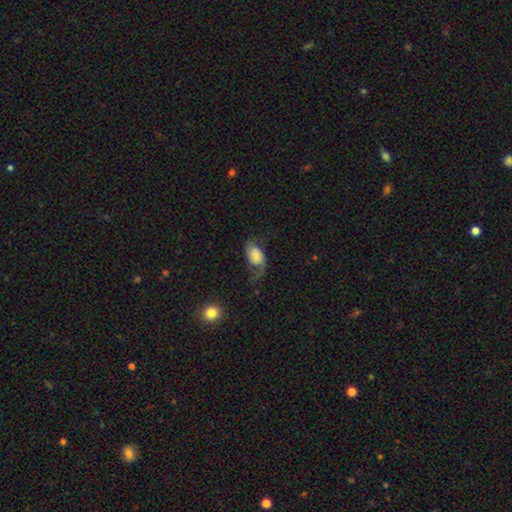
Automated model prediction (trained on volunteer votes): smooth-or-featured: featured or disk: 61% | smooth: 31% | star or artifact: 8%
  disk-edge-on: no: 96% | yes: 4%
    bar: no: 70% | weak: 24% | strong: 6%
    has-spiral-arms: yes: 90% | no: 10%
      spiral-winding: loose: 63% | medium: 28% | tight: 9%
      spiral-arm-count: 2: 83% | 1: 10% | can't tell: 4% | 3: 1% | 4: 1% | more than 4: 1%
    bulge-size: small: 41% | moderate: 28% | large: 14% | none: 10% | dominant: 7%
  merging: none: 48% | major disturbance: 27% | minor disturbance: 23% | merger: 3%